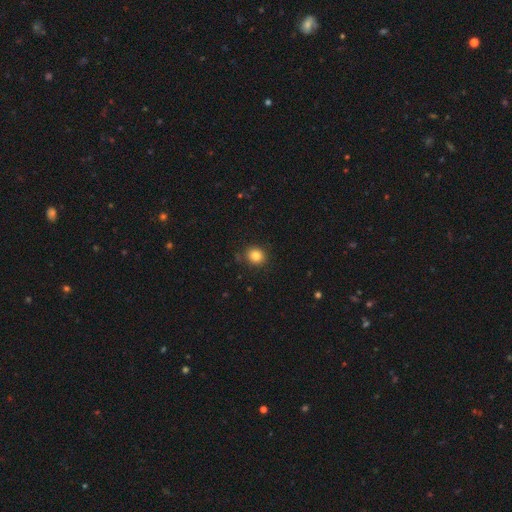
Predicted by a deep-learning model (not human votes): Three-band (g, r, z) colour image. It shows a smooth galaxy with no disk features (83%) that is round (83%). Merging: none (87%).